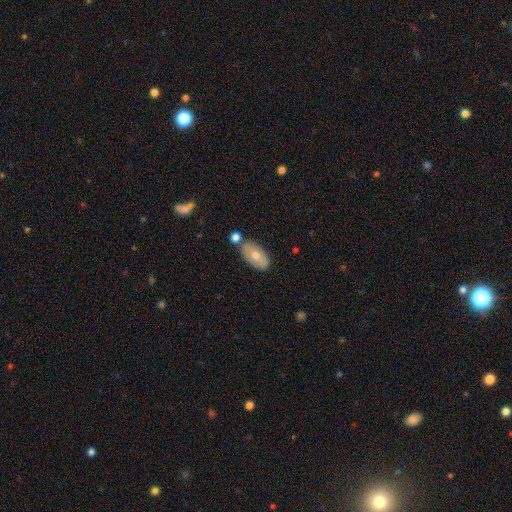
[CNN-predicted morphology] Smooth or featured? Predicted: smooth (p=0.66). How rounded? Predicted: in between (p=0.93). Merging? Predicted: none (p=0.69).